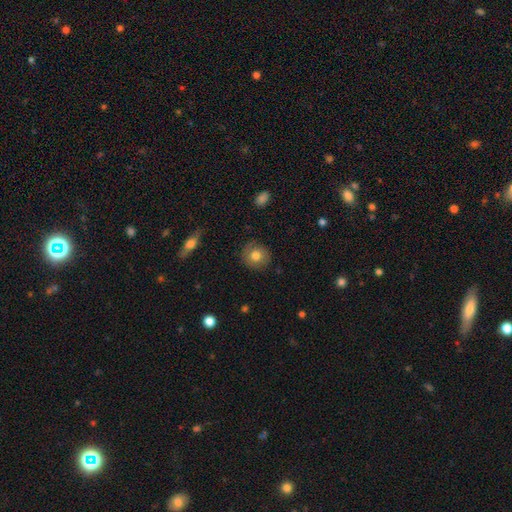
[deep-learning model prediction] Smooth or featured?
  - smooth: 77% *
  - featured or disk: 14%
  - star or artifact: 9%
How rounded?
  - round: 90% *
  - in between: 9%
  - cigar-shaped: 1%
Merging?
  - none: 87% *
  - minor disturbance: 10%
  - major disturbance: 3%
  - merger: 1%